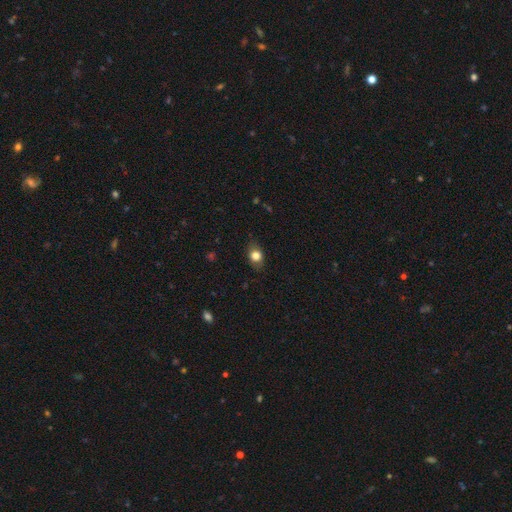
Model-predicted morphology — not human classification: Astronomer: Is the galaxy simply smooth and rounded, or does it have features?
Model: smooth — 78%.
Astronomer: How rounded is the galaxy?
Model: in between — 63%.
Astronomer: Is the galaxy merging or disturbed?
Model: none — 79%.